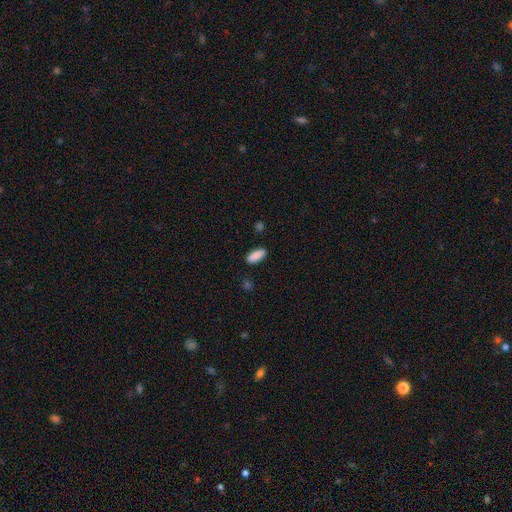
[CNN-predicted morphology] smooth_or_featured: smooth (p=0.89) [alt: star or artifact p=0.07]
how_rounded: in between (p=0.77) [alt: cigar-shaped p=0.21]
merging: none (p=0.86) [alt: minor disturbance p=0.10]